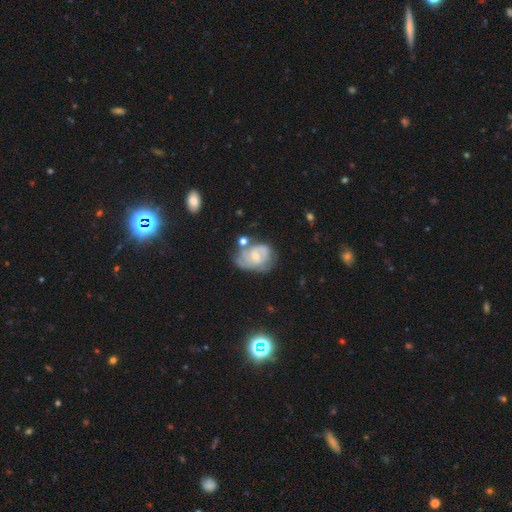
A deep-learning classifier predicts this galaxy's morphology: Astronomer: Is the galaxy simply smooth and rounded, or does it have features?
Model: featured or disk — 68%.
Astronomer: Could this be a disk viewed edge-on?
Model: no — 97%.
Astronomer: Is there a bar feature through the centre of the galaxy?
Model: no — 57% (runner-up: weak, 37%).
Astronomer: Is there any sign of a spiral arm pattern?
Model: yes — 82%.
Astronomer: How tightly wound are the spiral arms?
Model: tight — 46% (runner-up: medium, 40%).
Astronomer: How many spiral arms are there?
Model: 2 — 44% (runner-up: can't tell, 34%).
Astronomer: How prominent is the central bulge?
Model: small — 59% (runner-up: moderate, 34%).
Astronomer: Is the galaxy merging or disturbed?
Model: none — 43% (runner-up: minor disturbance, 28%).